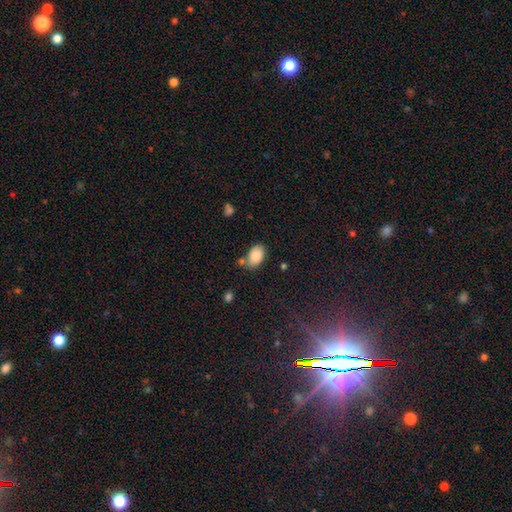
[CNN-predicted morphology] A smooth galaxy with no disk features (87%) that is in between round and cigar-shaped (90%). Merging: none (63%).